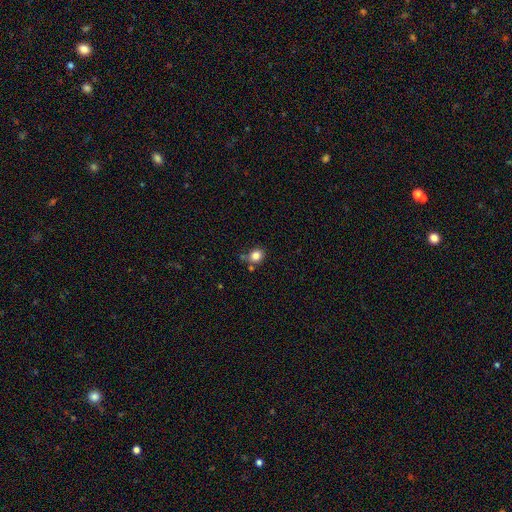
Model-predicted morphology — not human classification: Smooth or featured?
  - smooth: 83% *
  - star or artifact: 11%
  - featured or disk: 6%
How rounded?
  - round: 67% *
  - in between: 32%
  - cigar-shaped: 1%
Merging?
  - none: 71% *
  - minor disturbance: 15%
  - merger: 10%
  - major disturbance: 4%